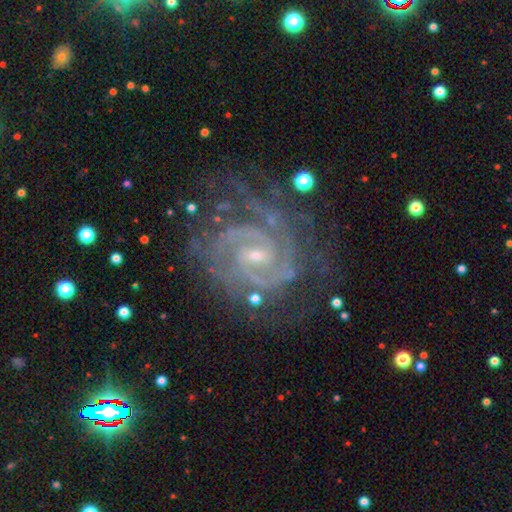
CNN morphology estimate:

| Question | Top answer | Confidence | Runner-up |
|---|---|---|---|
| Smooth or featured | featured or disk | 92% | star or artifact (5%) |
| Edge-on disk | no | 98% | yes (2%) |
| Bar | weak | 48% | no (33%) |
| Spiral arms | yes | 98% | no (2%) |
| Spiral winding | tight | 66% | medium (30%) |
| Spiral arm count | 2 | 51% | 3 (17%) |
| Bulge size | small | 77% | moderate (19%) |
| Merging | none | 63% | minor disturbance (21%) |